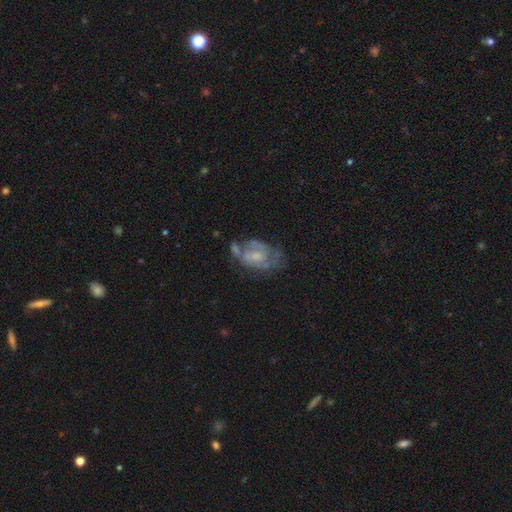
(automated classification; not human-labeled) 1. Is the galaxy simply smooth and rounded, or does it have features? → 69% featured or disk, 22% smooth, 9% star or artifact.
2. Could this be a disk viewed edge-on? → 97% no, 3% yes.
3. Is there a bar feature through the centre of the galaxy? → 58% no, 36% weak, 6% strong.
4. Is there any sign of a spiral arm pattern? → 68% yes, 32% no.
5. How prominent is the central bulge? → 44% small, 34% moderate, 18% none, 4% large, 1% dominant.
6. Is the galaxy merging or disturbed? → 39% none, 24% minor disturbance, 20% major disturbance, 17% merger.